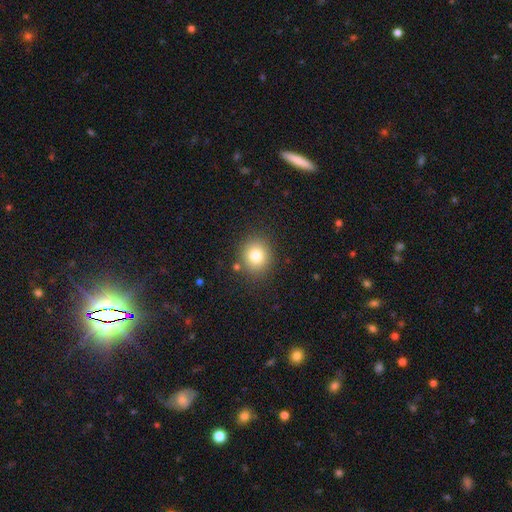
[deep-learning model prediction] smooth-or-featured: smooth: 80% | star or artifact: 12% | featured or disk: 8%
  how-rounded: round: 79% | in between: 20% | cigar-shaped: 1%
  merging: none: 86% | minor disturbance: 9% | major disturbance: 3% | merger: 3%